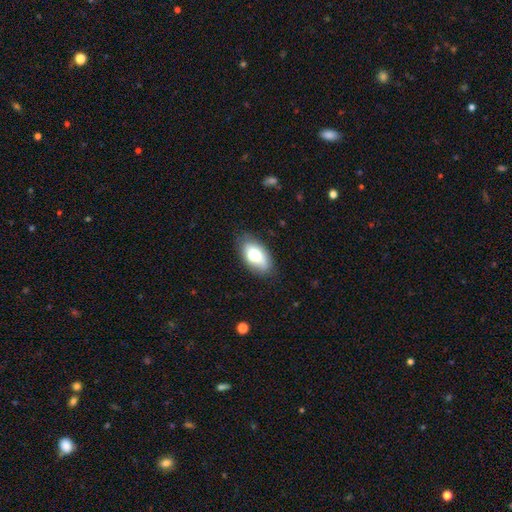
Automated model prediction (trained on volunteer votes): smooth_or_featured: smooth (p=0.71) [alt: featured or disk p=0.20]
how_rounded: in between (p=0.92) [alt: round p=0.06]
merging: none (p=0.76) [alt: minor disturbance p=0.17]